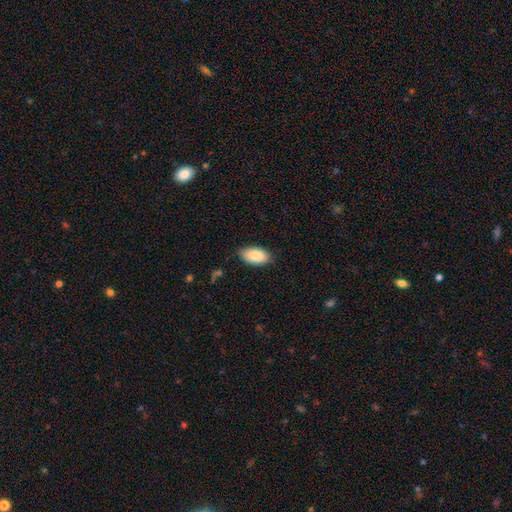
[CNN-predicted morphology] Overall: smooth (87%). How rounded: in between (94%). Merging: none (83%).